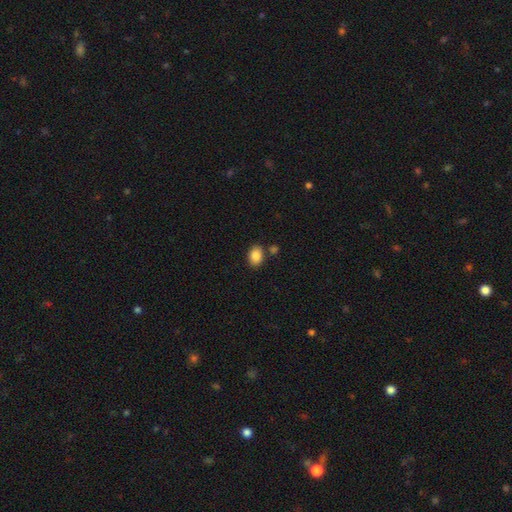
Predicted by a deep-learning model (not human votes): This is clearly a smooth galaxy (87%). How rounded: likely in between (76%). Merging: likely none (79%).